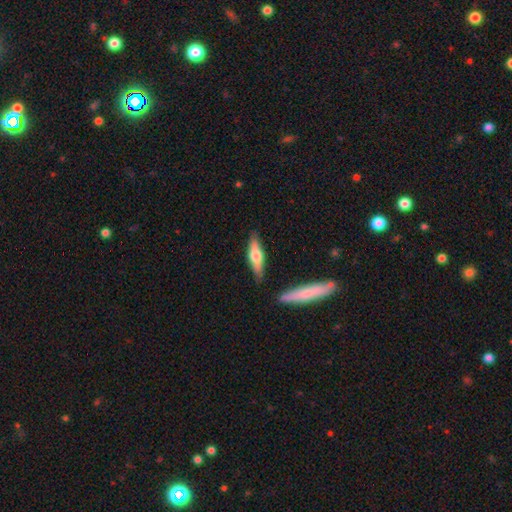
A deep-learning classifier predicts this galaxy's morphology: Smooth or featured?
  - smooth: 52% *
  - featured or disk: 42%
  - star or artifact: 5%
How rounded?
  - cigar-shaped: 65% *
  - in between: 33%
  - round: 2%
Merging?
  - none: 81% *
  - minor disturbance: 12%
  - merger: 4%
  - major disturbance: 3%